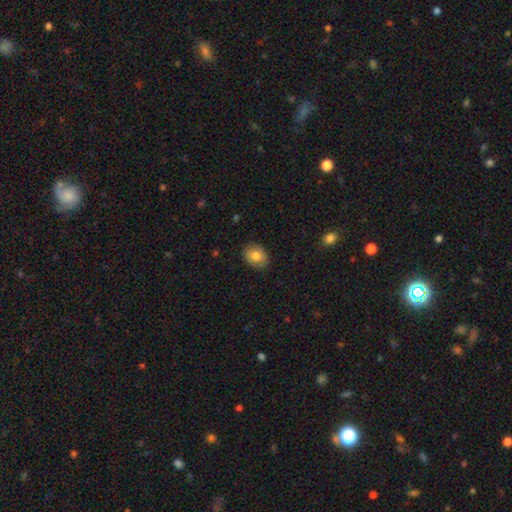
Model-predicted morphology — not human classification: Smooth or featured?
  - smooth: 79% *
  - featured or disk: 13%
  - star or artifact: 8%
How rounded?
  - in between: 59% *
  - round: 40%
  - cigar-shaped: 1%
Merging?
  - none: 87% *
  - minor disturbance: 10%
  - major disturbance: 2%
  - merger: 1%